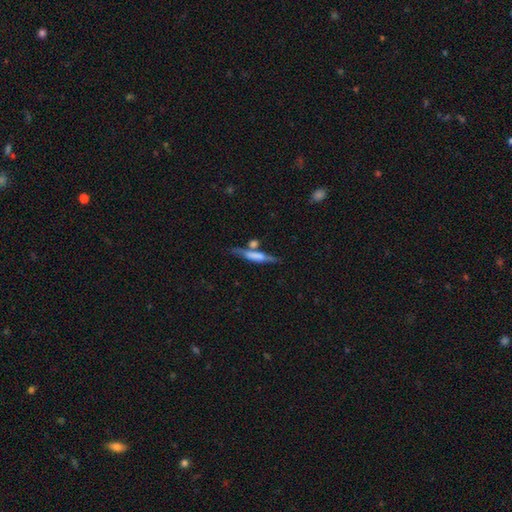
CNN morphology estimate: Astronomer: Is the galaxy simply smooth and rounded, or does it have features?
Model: smooth — 48% (runner-up: featured or disk, 45%).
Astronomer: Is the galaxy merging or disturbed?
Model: none — 56%.